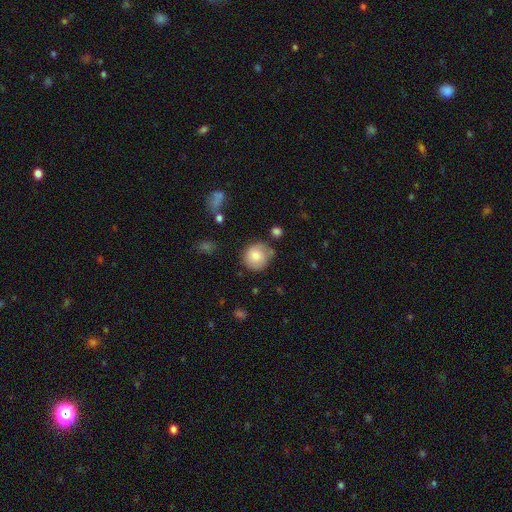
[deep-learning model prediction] This appears to be a smooth galaxy with no disk features (78%) that is round (89%). Merging: none (68%).